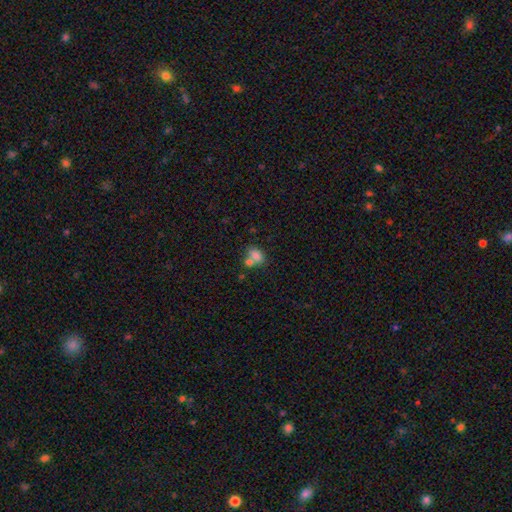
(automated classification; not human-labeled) smooth 78%, featured or disk 11%, star or artifact 11%. Down the decision tree: how rounded — in between (74%); merging — merger (47%).